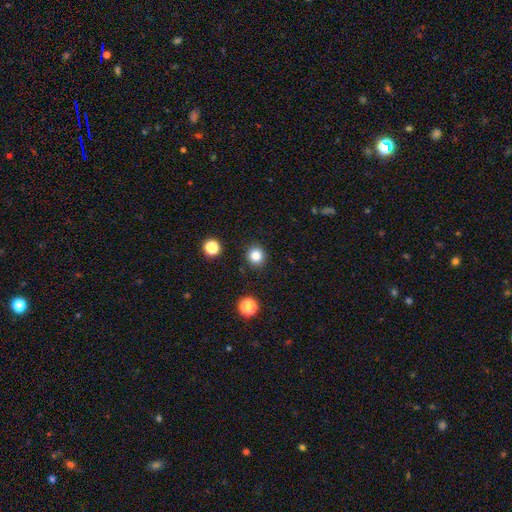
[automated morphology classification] This appears to be a smooth galaxy with no disk features (83%) that is round (92%). Merging: none (91%).